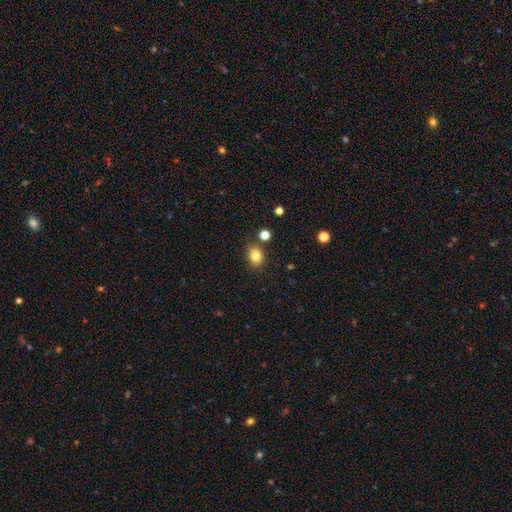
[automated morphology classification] smooth_or_featured: smooth (p=0.82) [alt: star or artifact p=0.12]
how_rounded: in between (p=0.52) [alt: round p=0.47]
merging: none (p=0.81) [alt: minor disturbance p=0.10]